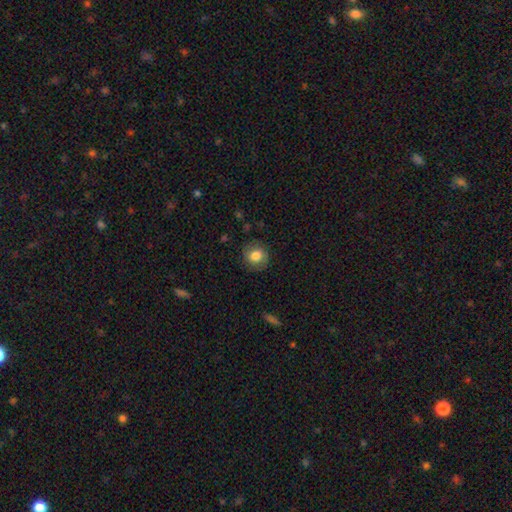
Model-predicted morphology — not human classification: The model was most divided on "how rounded": round: 81%, in between: 18%, cigar-shaped: 1%. More confident: merging — none (83%); smooth or featured — smooth (78%).